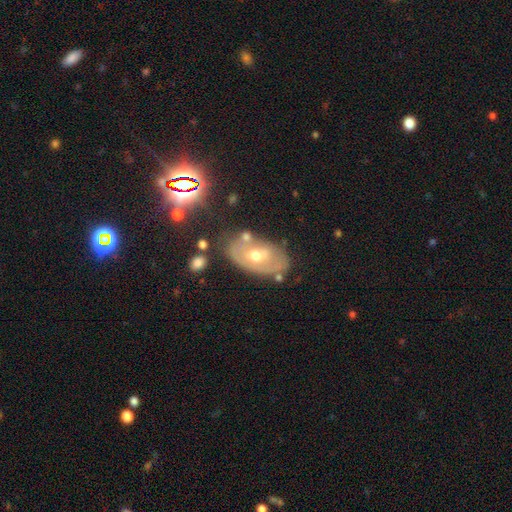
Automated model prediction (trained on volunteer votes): Morphology: type=featured or disk (62%); edge-on=no (91%); bar=no (65%); spiral arms=no (53%); bulge=moderate (72%); merging=none (63%).